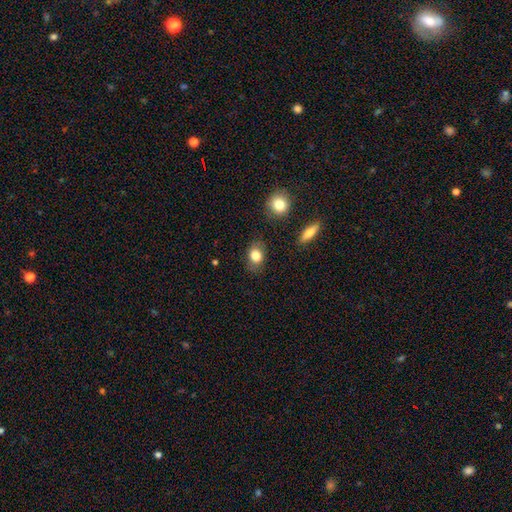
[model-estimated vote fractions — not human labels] Smooth or featured?
  - smooth: 82% *
  - featured or disk: 10%
  - star or artifact: 8%
How rounded?
  - in between: 66% *
  - round: 32%
  - cigar-shaped: 2%
Merging?
  - none: 79% *
  - minor disturbance: 15%
  - major disturbance: 4%
  - merger: 2%